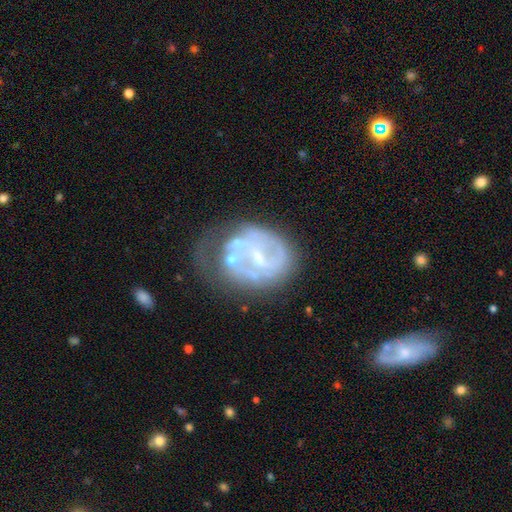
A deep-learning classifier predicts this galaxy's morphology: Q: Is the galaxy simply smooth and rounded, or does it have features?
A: featured or disk — 75%.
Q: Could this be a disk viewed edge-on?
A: no — 98%.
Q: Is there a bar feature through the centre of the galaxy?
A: no — 49%.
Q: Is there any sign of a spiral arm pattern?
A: yes — 53%.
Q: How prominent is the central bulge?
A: small — 46%.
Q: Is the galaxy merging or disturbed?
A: none — 36%.